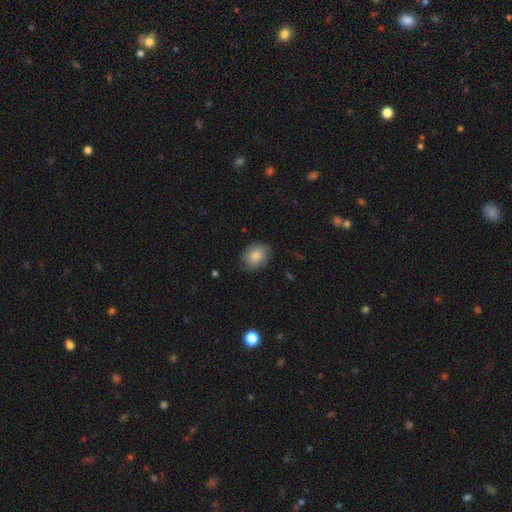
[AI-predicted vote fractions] The model was most divided on "how rounded": round: 61%, in between: 38%, cigar-shaped: 1%. More confident: smooth or featured — smooth (83%); merging — none (79%).